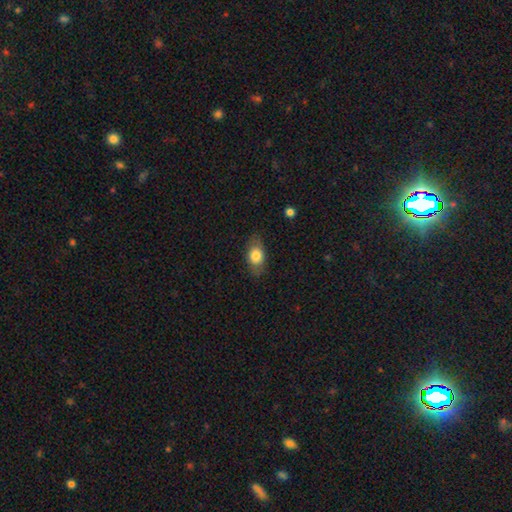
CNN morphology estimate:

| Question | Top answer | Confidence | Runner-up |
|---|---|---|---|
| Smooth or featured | smooth | 75% | featured or disk (17%) |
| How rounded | in between | 83% | round (13%) |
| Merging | none | 81% | minor disturbance (14%) |